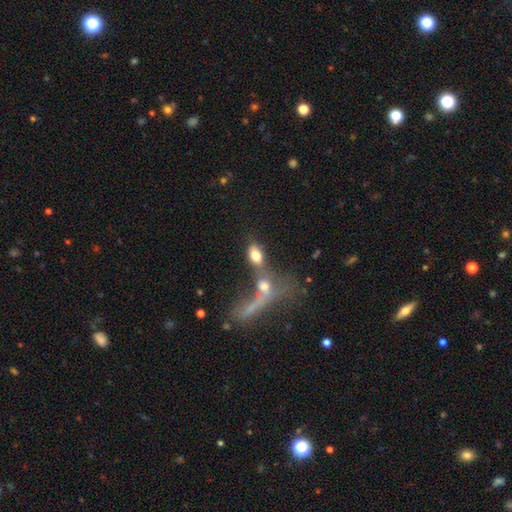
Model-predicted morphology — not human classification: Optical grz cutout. It shows a smooth galaxy with no disk features (73%) that is in between round and cigar-shaped (81%). Merging: merger (46%).